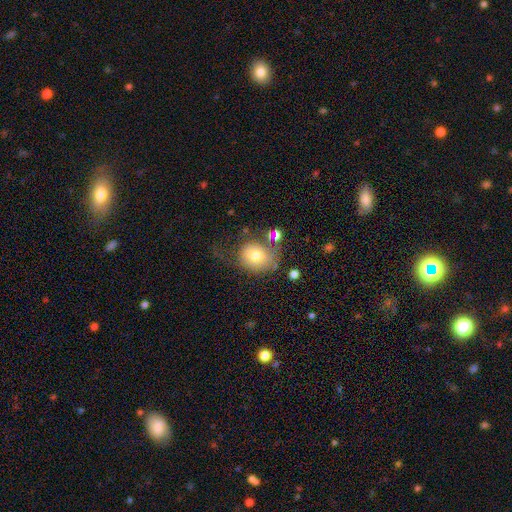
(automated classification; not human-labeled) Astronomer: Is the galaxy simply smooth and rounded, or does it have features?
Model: smooth — 72%.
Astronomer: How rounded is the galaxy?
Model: round — 61% (runner-up: in between, 38%).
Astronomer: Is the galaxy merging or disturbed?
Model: none — 45% (runner-up: minor disturbance, 25%).